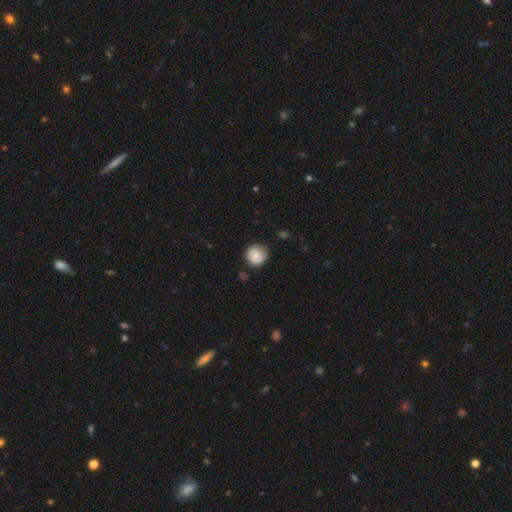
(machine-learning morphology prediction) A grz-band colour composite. It shows a smooth galaxy with no disk features (71%) that is round (89%). Merging: none (69%).